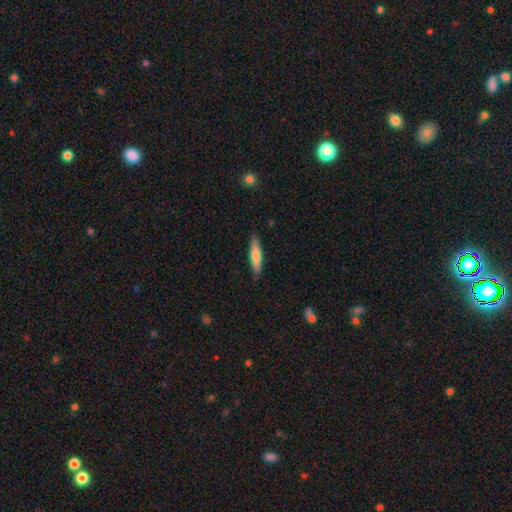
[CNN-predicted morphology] The model was most divided on "smooth or featured": smooth: 66%, featured or disk: 29%, star or artifact: 6%. More confident: merging — none (88%); how rounded — cigar-shaped (84%).